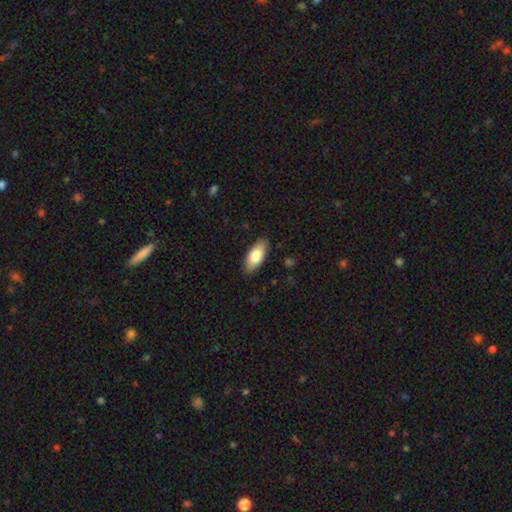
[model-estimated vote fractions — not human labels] Q: Smooth or featured?
A: smooth (80%); runner-up: featured or disk (15%)
Q: How rounded?
A: in between (87%); runner-up: cigar-shaped (11%)
Q: Merging?
A: none (87%); runner-up: minor disturbance (10%)